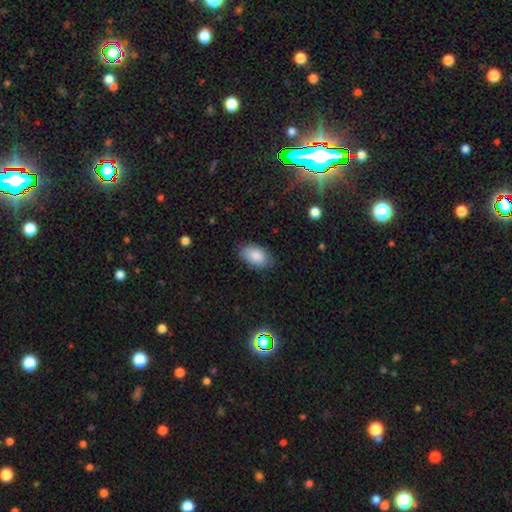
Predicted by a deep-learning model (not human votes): The model was most divided on "merging": none: 82%, minor disturbance: 14%, major disturbance: 3%, merger: 1%. More confident: how rounded — in between (93%); smooth or featured — smooth (87%).